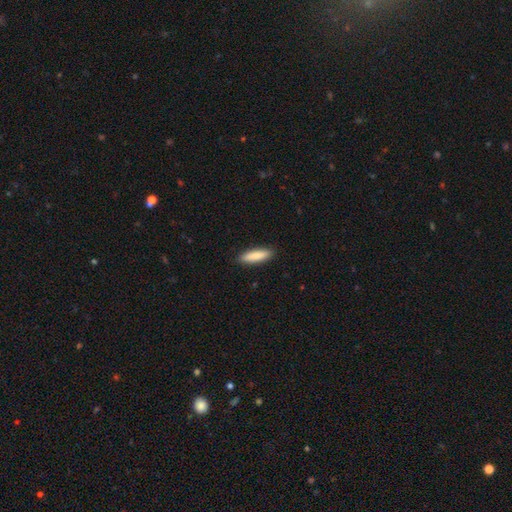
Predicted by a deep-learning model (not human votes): Smooth or featured?
  - smooth: 86% *
  - featured or disk: 9%
  - star or artifact: 5%
How rounded?
  - cigar-shaped: 69% *
  - in between: 30%
  - round: 1%
Merging?
  - none: 90% *
  - minor disturbance: 8%
  - major disturbance: 2%
  - merger: 1%